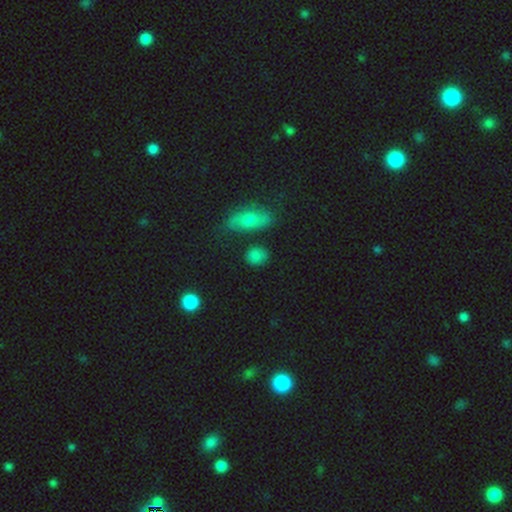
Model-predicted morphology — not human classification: smooth-or-featured: smooth: 81% | star or artifact: 12% | featured or disk: 7%
  how-rounded: round: 63% | in between: 34% | cigar-shaped: 3%
  merging: none: 77% | minor disturbance: 13% | merger: 6% | major disturbance: 4%